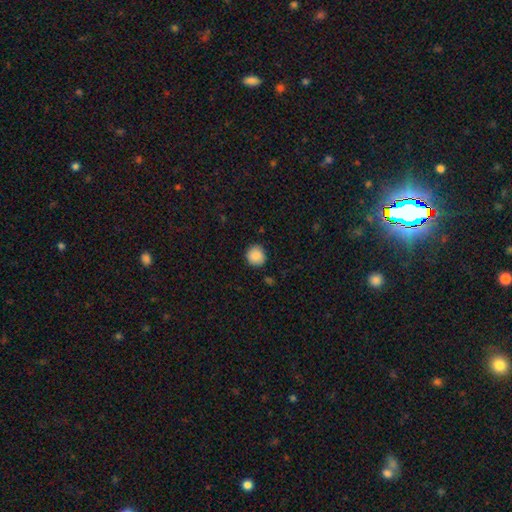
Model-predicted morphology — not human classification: The model was most divided on "smooth or featured": smooth: 88%, star or artifact: 8%, featured or disk: 4%. More confident: how rounded — round (92%); merging — none (88%).